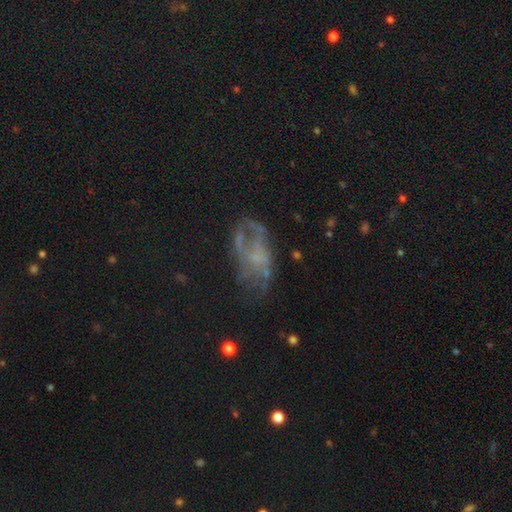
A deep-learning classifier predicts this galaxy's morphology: Smooth or featured? Predicted: featured or disk (p=0.60). Edge-on disk? Predicted: no (p=0.96). Bar? Predicted: no (p=0.81). Spiral arms? Predicted: no (p=0.61). Bulge size? Predicted: none (p=0.63). Merging? Predicted: none (p=0.42).